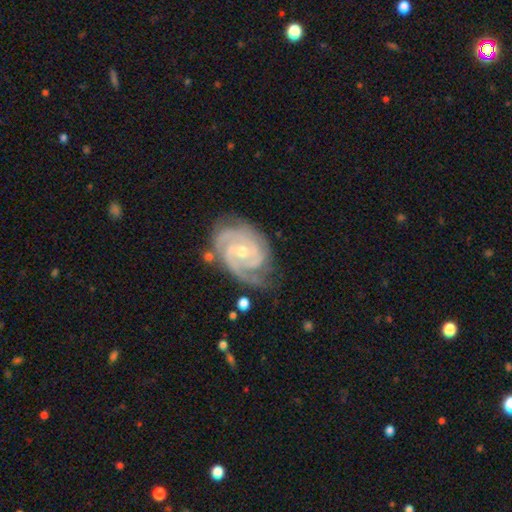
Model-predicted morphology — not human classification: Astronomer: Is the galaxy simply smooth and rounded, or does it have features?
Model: featured or disk — 92%.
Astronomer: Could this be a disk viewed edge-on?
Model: no — 98%.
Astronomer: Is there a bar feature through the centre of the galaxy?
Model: no — 53% (runner-up: weak, 36%).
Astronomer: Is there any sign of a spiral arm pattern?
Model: yes — 98%.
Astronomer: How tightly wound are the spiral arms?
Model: tight — 72%.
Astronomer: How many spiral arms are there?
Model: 2 — 44% (runner-up: 3, 34%).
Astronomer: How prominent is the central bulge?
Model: small — 49% (runner-up: moderate, 48%).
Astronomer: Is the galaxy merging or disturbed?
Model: none — 68%.